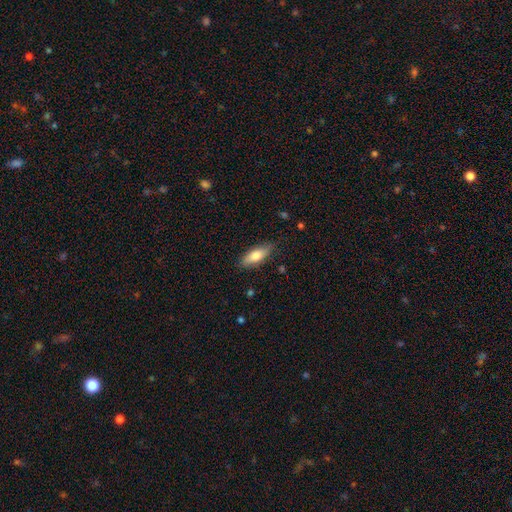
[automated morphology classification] type=smooth (74%); roundness=in between (68%); merging=none (83%).